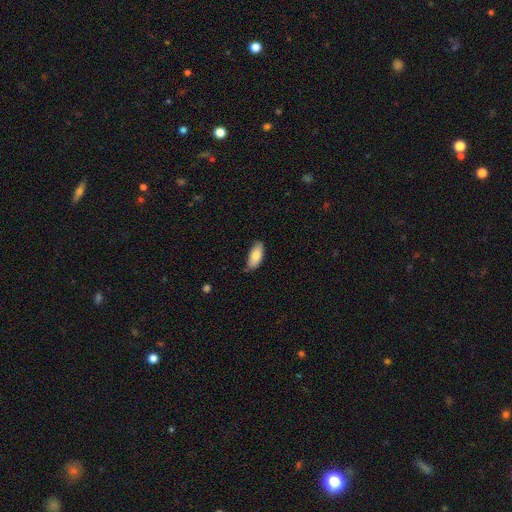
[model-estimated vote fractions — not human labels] This is clearly a smooth galaxy (84%). How rounded: clearly in between (89%). Merging: likely none (67%).